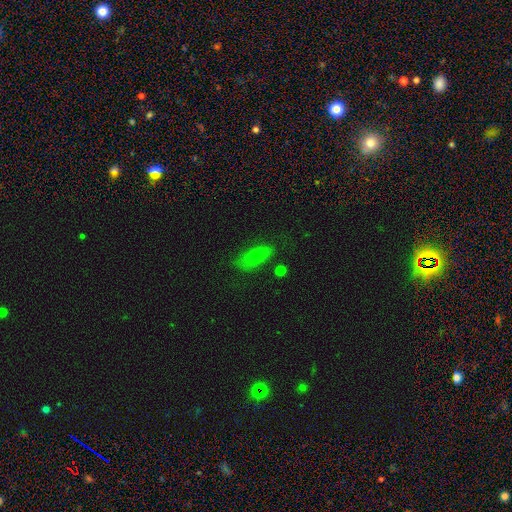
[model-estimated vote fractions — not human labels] Smooth or featured? Predicted: smooth (p=0.68). How rounded? Predicted: in between (p=0.80). Merging? Predicted: none (p=0.73).